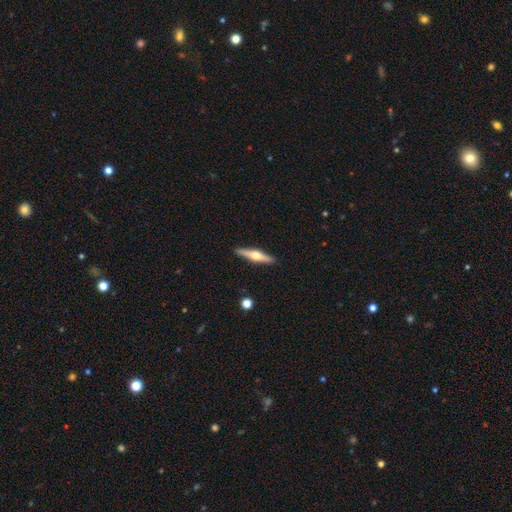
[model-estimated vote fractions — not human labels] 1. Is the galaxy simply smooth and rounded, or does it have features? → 63% featured or disk, 32% smooth, 5% star or artifact.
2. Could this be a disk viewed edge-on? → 96% yes, 4% no.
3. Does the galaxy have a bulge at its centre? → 94% rounded, 3% none, 3% boxy.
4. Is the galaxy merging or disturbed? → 91% none, 7% minor disturbance, 1% major disturbance, 1% merger.